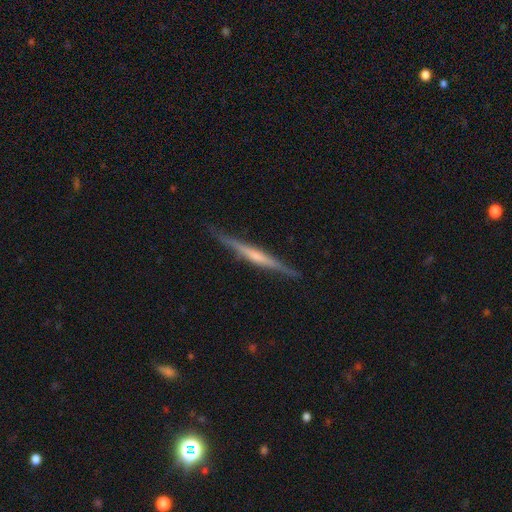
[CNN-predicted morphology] type=featured or disk (71%); edge-on=yes (98%); edge-on bulge=rounded (43%); merging=none (88%).